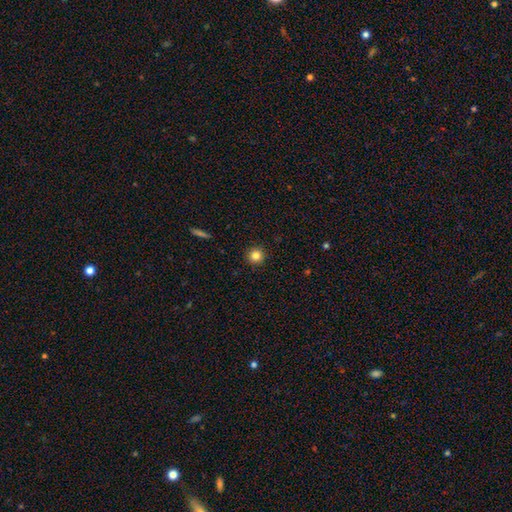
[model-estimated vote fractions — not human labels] Smooth or featured? smooth (82%)
How rounded? round (95%)
Merging? none (93%)